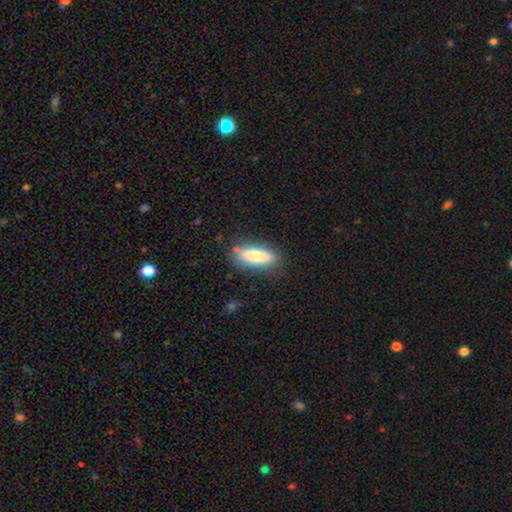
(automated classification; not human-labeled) This is likely a smooth galaxy (75%). How rounded: possibly in between (51%). Merging: likely none (80%).